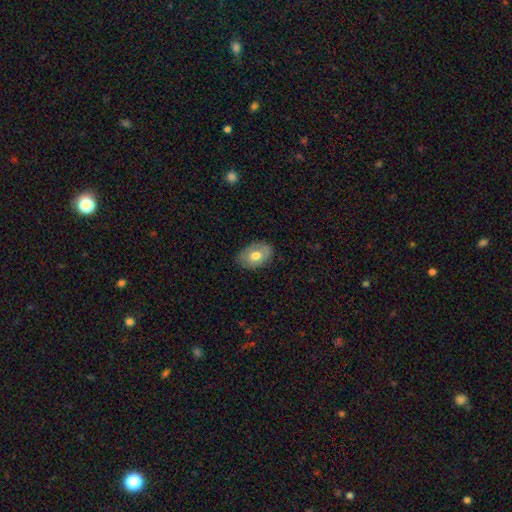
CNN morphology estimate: Smooth or featured?
  - smooth: 67% *
  - featured or disk: 27%
  - star or artifact: 7%
How rounded?
  - in between: 85% *
  - round: 14%
  - cigar-shaped: 1%
Merging?
  - none: 78% *
  - minor disturbance: 18%
  - major disturbance: 3%
  - merger: 1%